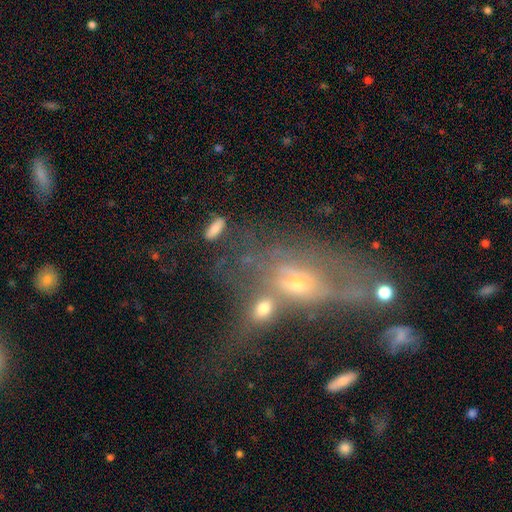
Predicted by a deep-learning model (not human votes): Q: Smooth or featured?
A: featured or disk (52%); runner-up: smooth (31%)
Q: Edge-on disk?
A: no (84%); runner-up: yes (16%)
Q: Merging?
A: merger (38%); runner-up: major disturbance (25%)